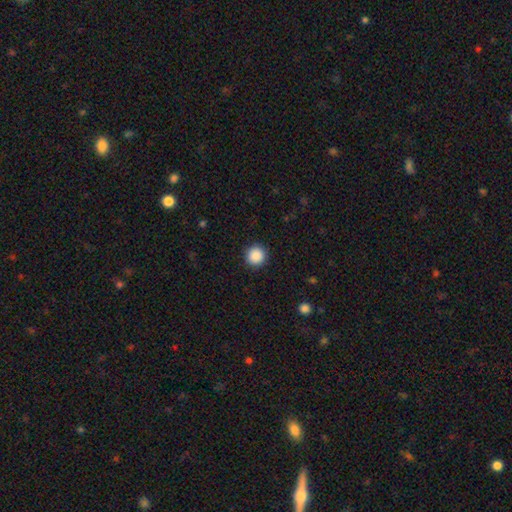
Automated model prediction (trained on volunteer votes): smooth-or-featured: smooth: 89% | star or artifact: 9% | featured or disk: 2%
  how-rounded: round: 95% | in between: 4% | cigar-shaped: 1%
  merging: none: 93% | minor disturbance: 5% | major disturbance: 2% | merger: 1%